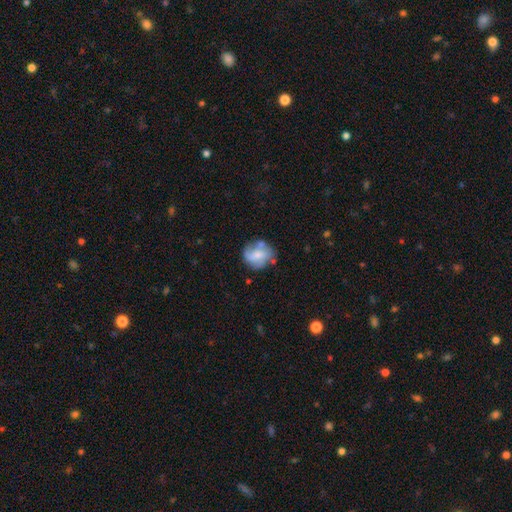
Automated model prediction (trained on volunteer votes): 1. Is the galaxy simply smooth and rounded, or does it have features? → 48% featured or disk, 44% smooth, 7% star or artifact.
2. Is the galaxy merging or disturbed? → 56% none, 23% minor disturbance, 11% merger, 11% major disturbance.